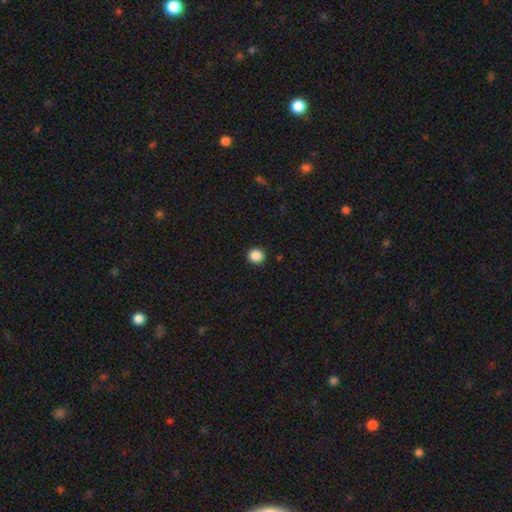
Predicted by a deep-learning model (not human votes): Smooth or featured: smooth — 87% (star or artifact — 10%)
How rounded: round — 91% (in between — 8%)
Merging: none — 93% (minor disturbance — 5%)